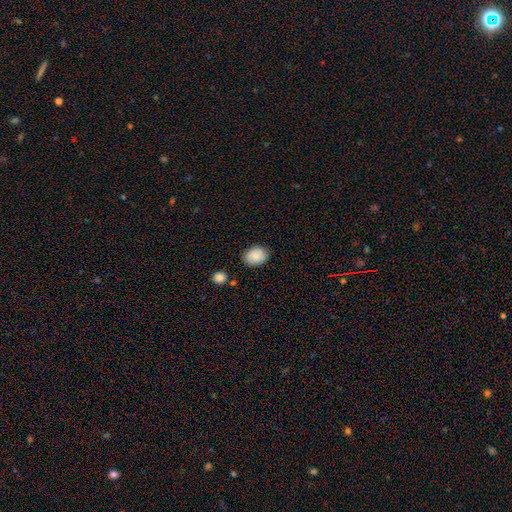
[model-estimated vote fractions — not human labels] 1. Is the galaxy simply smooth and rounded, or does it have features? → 87% smooth, 7% star or artifact, 5% featured or disk.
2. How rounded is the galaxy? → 66% in between, 33% round, 1% cigar-shaped.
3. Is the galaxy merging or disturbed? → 84% none, 12% minor disturbance, 3% major disturbance, 2% merger.